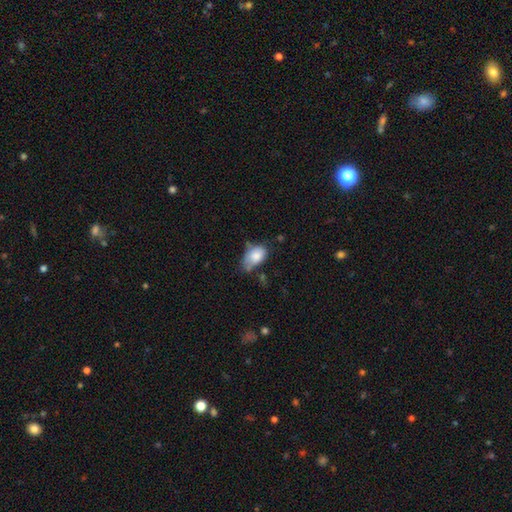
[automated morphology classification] type=smooth (80%); roundness=in between (87%); merging=minor disturbance (41%).